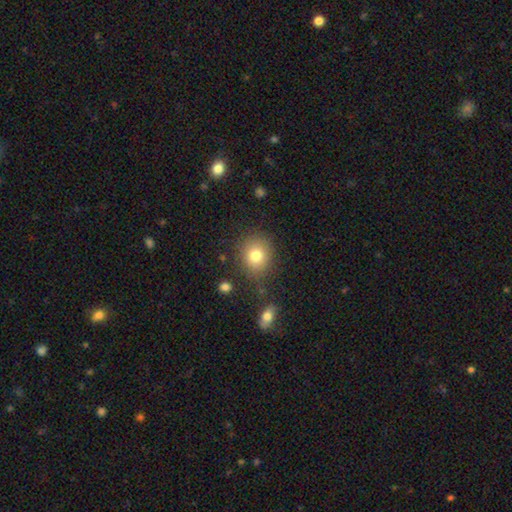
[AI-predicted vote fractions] Smooth or featured? smooth (79%)
How rounded? round (73%)
Merging? none (81%)